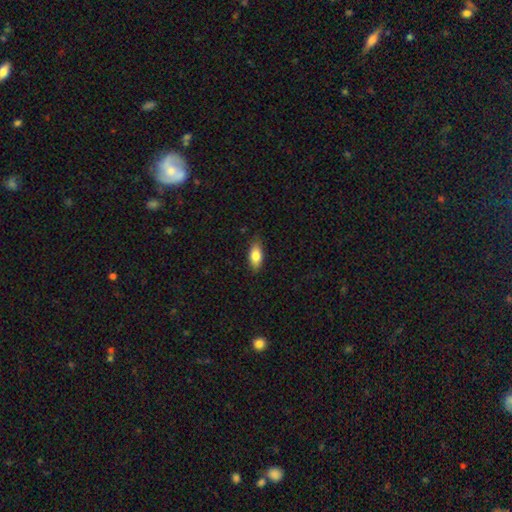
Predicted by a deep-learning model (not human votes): Q: Smooth or featured?
A: smooth (80%); runner-up: featured or disk (13%)
Q: How rounded?
A: in between (86%); runner-up: cigar-shaped (11%)
Q: Merging?
A: none (83%); runner-up: minor disturbance (14%)